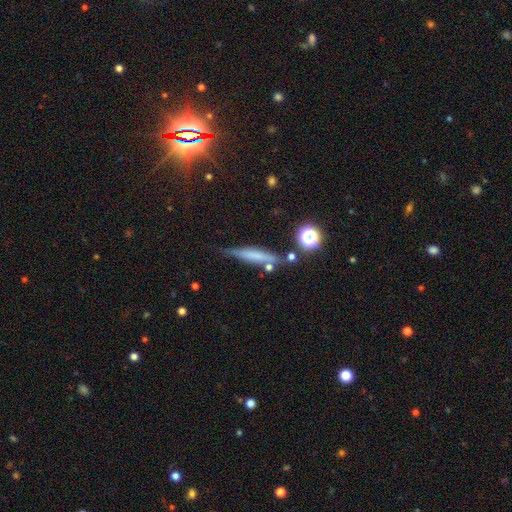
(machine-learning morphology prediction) Smooth or featured: smooth — 51% (featured or disk — 37%)
How rounded: cigar-shaped — 86% (in between — 10%)
Merging: none — 70% (minor disturbance — 18%)